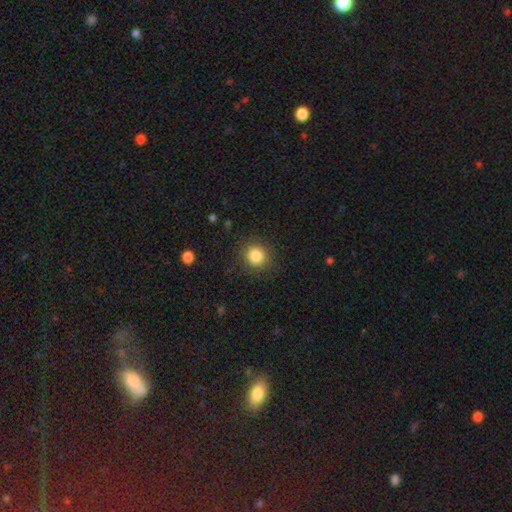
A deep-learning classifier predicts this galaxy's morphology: This is clearly a smooth galaxy (85%). How rounded: clearly round (87%). Merging: clearly none (86%).